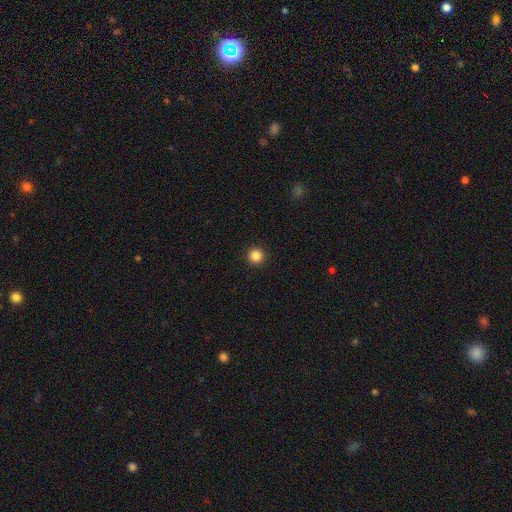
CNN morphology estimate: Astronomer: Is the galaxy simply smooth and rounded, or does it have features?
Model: smooth — 86%.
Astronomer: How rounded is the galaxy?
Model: round — 96%.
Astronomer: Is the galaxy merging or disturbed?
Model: none — 93%.